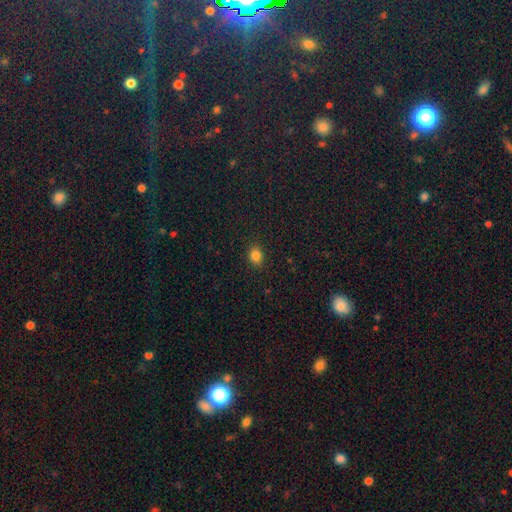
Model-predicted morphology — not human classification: A smooth galaxy with no disk features (83%) that is round (58%).

Vote fractions:
- Smooth or featured? smooth: 83% / star or artifact: 12% / featured or disk: 4%
- How rounded? round: 58% / in between: 41% / cigar-shaped: 1%
- Merging? none: 89% / minor disturbance: 8% / major disturbance: 2% / merger: 1%